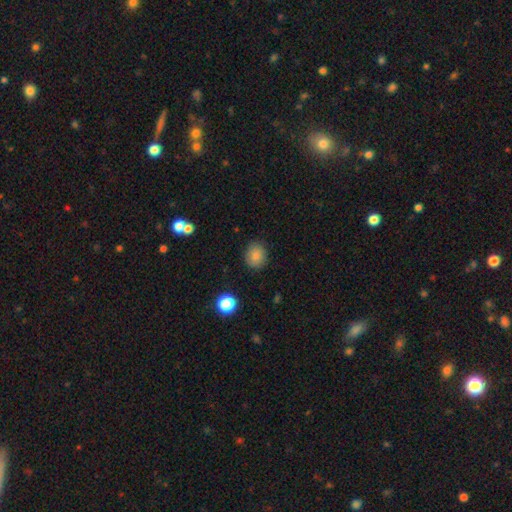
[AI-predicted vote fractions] Smooth or featured: smooth — 82% (star or artifact — 11%)
How rounded: round — 75% (in between — 24%)
Merging: none — 86% (minor disturbance — 10%)